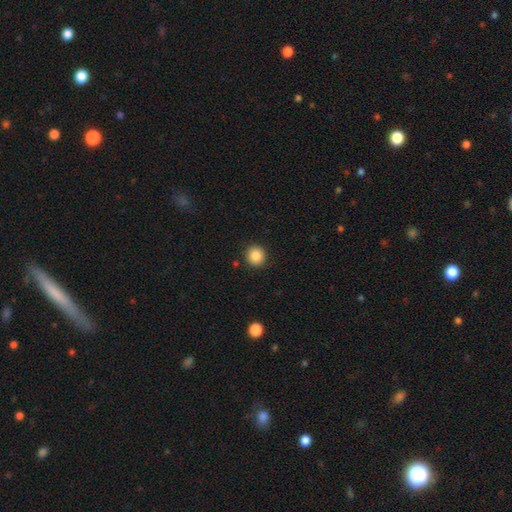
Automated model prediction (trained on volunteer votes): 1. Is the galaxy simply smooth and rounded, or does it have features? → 86% smooth, 10% star or artifact, 4% featured or disk.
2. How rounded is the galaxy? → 93% round, 6% in between, 1% cigar-shaped.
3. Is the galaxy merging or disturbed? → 90% none, 6% minor disturbance, 2% major disturbance, 1% merger.